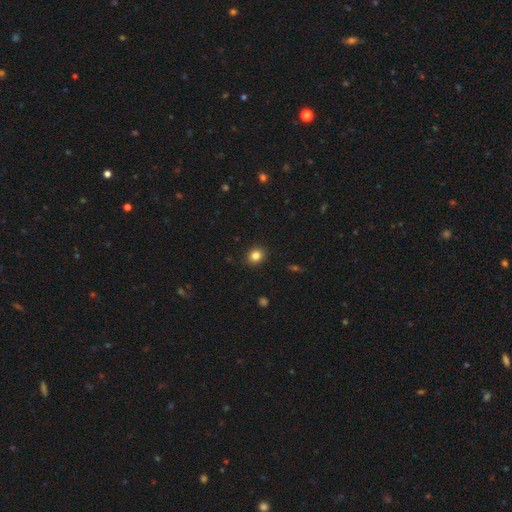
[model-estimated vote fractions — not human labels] smooth-or-featured: smooth: 84% | star or artifact: 11% | featured or disk: 5%
  how-rounded: round: 67% | in between: 32% | cigar-shaped: 1%
  merging: none: 90% | minor disturbance: 7% | major disturbance: 2% | merger: 1%